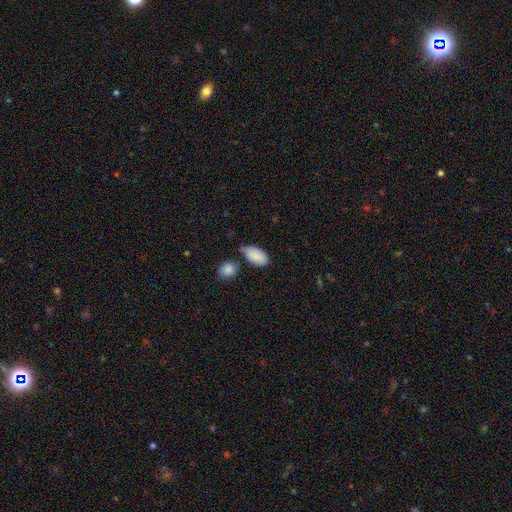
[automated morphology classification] This appears to be a smooth galaxy with no disk features (88%) that is in between round and cigar-shaped (94%). Merging: none (56%).